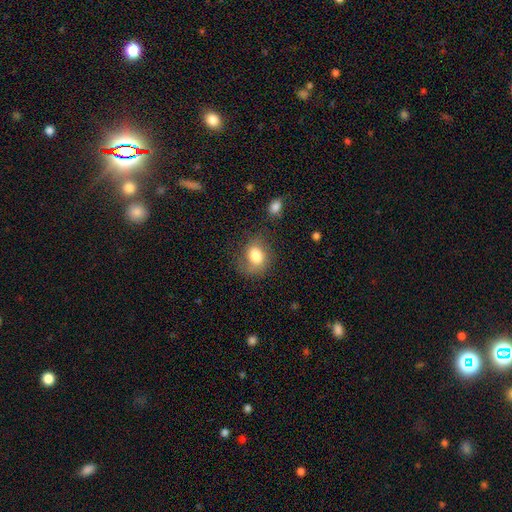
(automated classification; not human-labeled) Smooth or featured: smooth — 77% (featured or disk — 15%)
How rounded: in between — 55% (round — 44%)
Merging: none — 58% (minor disturbance — 25%)